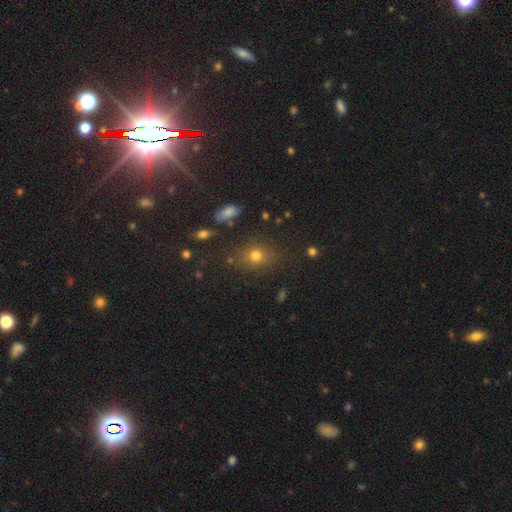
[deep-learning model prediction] smooth 70%, star or artifact 21%, featured or disk 10%. Down the decision tree: how rounded — round (62%); merging — none (81%).